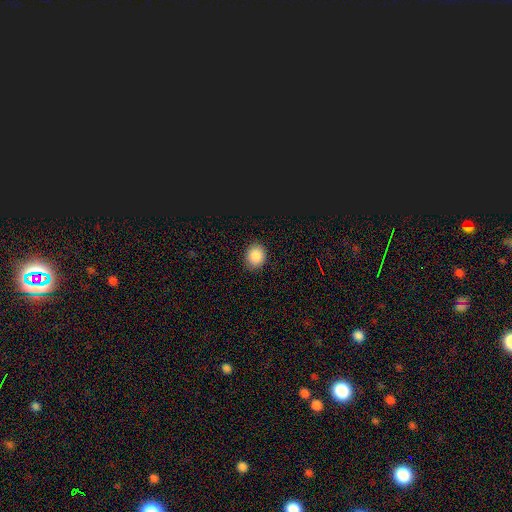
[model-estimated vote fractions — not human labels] smooth-or-featured: smooth: 87% | star or artifact: 10% | featured or disk: 3%
  how-rounded: round: 73% | in between: 26% | cigar-shaped: 1%
  merging: none: 89% | minor disturbance: 8% | major disturbance: 2% | merger: 1%